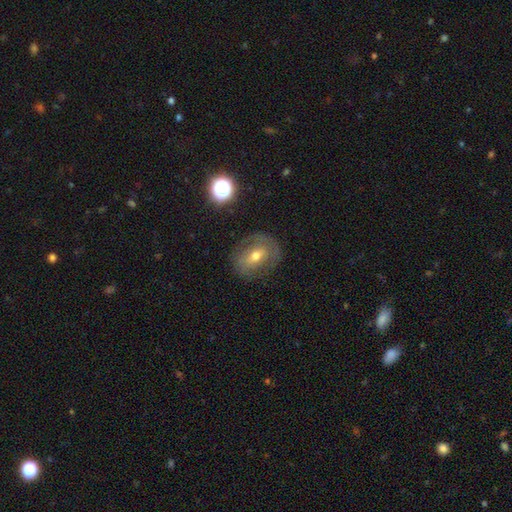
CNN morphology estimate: smooth-or-featured: featured or disk: 52% | smooth: 34% | star or artifact: 14%
  disk-edge-on: no: 93% | yes: 7%
  merging: none: 74% | minor disturbance: 16% | major disturbance: 8% | merger: 2%